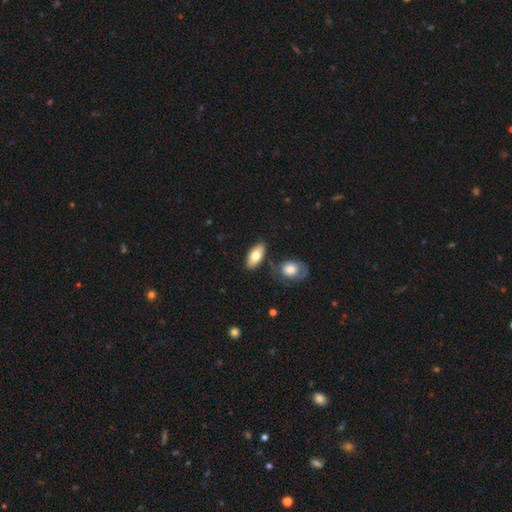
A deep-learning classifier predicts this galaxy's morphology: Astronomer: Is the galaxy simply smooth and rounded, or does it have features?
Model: smooth — 75%.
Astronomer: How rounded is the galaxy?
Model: in between — 88%.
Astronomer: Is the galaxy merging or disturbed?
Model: none — 78%.